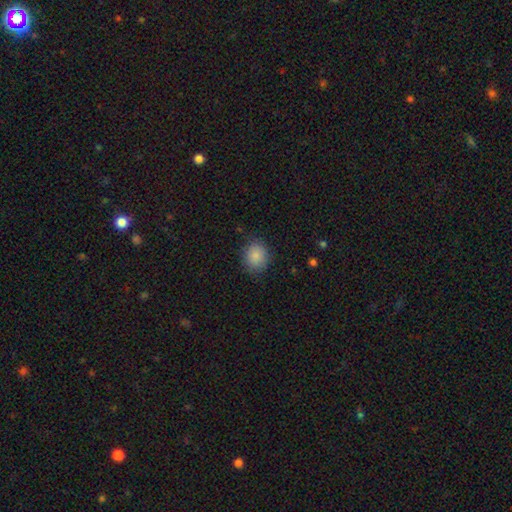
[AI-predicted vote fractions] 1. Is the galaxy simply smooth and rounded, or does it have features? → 87% smooth, 9% star or artifact, 5% featured or disk.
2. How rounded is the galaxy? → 66% round, 33% in between, 1% cigar-shaped.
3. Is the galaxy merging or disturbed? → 83% none, 12% minor disturbance, 3% major disturbance, 1% merger.